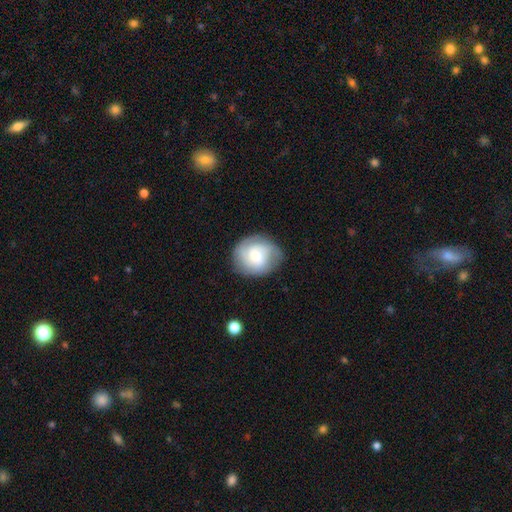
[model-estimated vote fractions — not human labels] Overall: featured or disk (60%; smooth 33%). Edge-on disk: no (98%). Bar: no (62%; weak 33%). Spiral arms: yes (91%). Spiral arm count: 3 (33%; can't tell 27%). Spiral winding: tight (52%; medium 36%). Bulge size: moderate (50%; small 38%). Merging: none (77%).